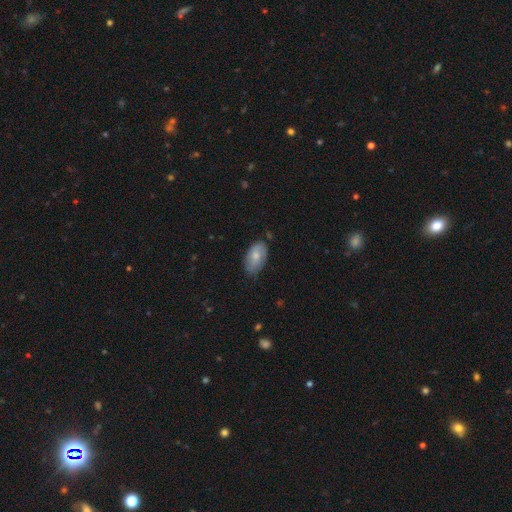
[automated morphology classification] smooth 66%, featured or disk 28%, star or artifact 6%. Down the decision tree: how rounded — in between (93%); merging — none (72%).